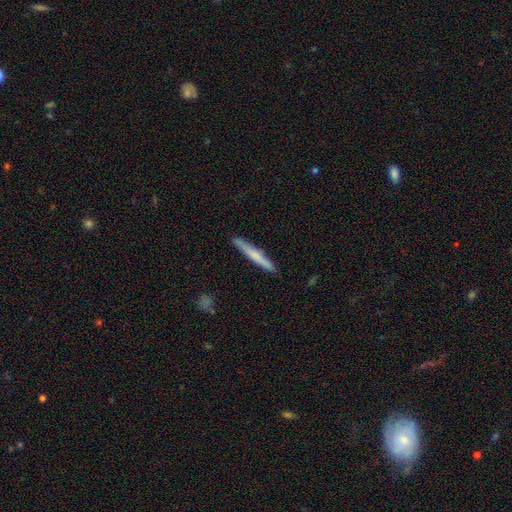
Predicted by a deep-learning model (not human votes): This appears to be a smooth galaxy with no disk features (59%) that is cigar-shaped (96%). Merging: none (90%).